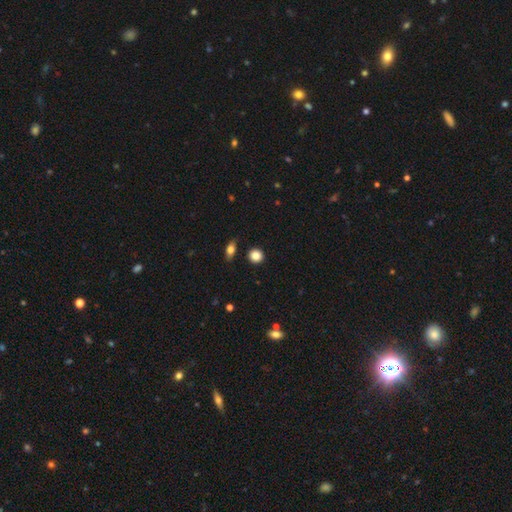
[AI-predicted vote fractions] smooth_or_featured: smooth (p=0.85) [alt: star or artifact p=0.10]
how_rounded: round (p=0.88) [alt: in between p=0.11]
merging: none (p=0.89) [alt: minor disturbance p=0.07]